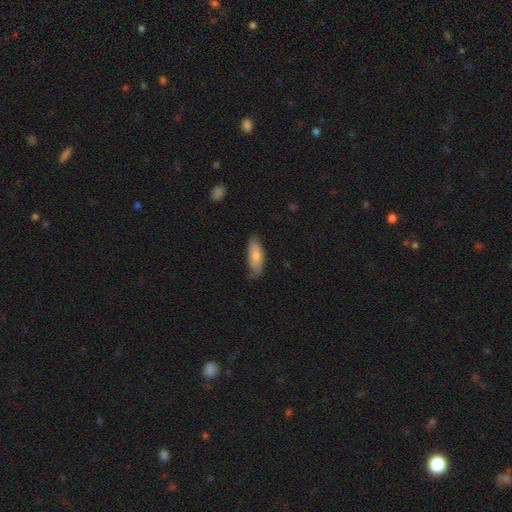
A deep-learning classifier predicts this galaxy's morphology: Smooth or featured?
  - smooth: 74% *
  - featured or disk: 21%
  - star or artifact: 6%
How rounded?
  - in between: 71% *
  - cigar-shaped: 27%
  - round: 2%
Merging?
  - none: 64% *
  - minor disturbance: 29%
  - major disturbance: 5%
  - merger: 2%